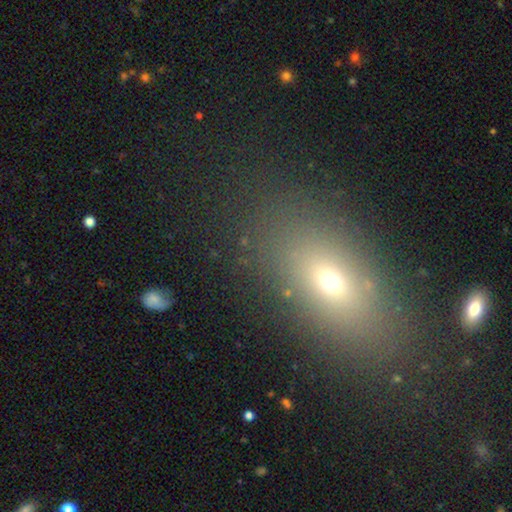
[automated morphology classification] smooth 60%, star or artifact 22%, featured or disk 18%. Down the decision tree: how rounded — in between (72%); merging — none (82%).